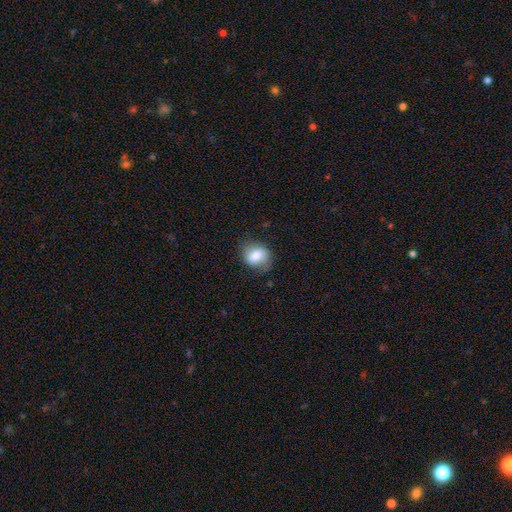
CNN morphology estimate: Smooth or featured?
  - smooth: 76% *
  - featured or disk: 16%
  - star or artifact: 8%
How rounded?
  - round: 53% *
  - in between: 46%
  - cigar-shaped: 1%
Merging?
  - none: 67% *
  - minor disturbance: 24%
  - major disturbance: 7%
  - merger: 1%